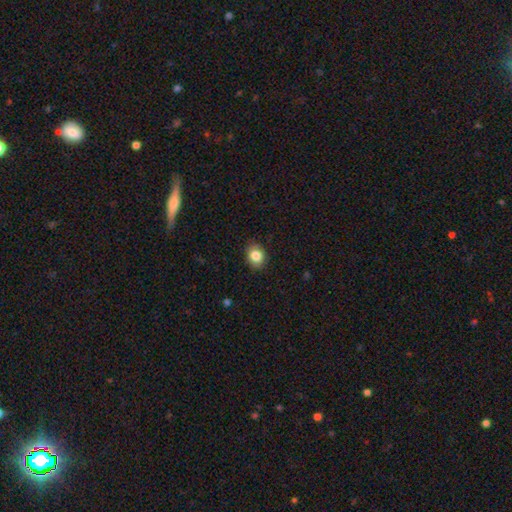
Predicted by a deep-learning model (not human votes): A smooth galaxy with no disk features (84%) that is round (52%).

Vote fractions:
- Smooth or featured? smooth: 84% / star or artifact: 9% / featured or disk: 7%
- How rounded? round: 52% / in between: 47% / cigar-shaped: 1%
- Merging? none: 87% / minor disturbance: 10% / major disturbance: 2% / merger: 1%